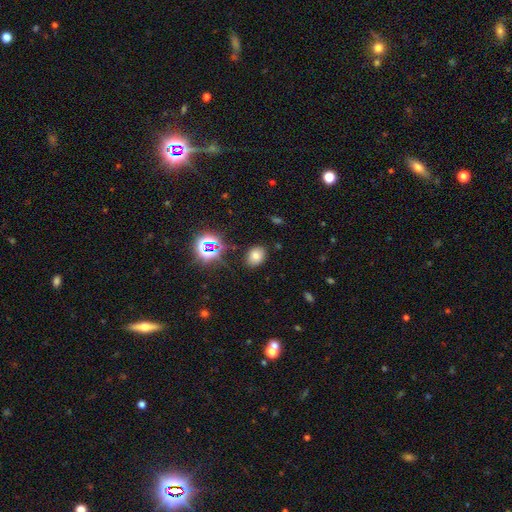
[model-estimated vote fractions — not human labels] A smooth galaxy with no disk features (71%) that is in between round and cigar-shaped (62%).

Vote fractions:
- Smooth or featured? smooth: 71% / star or artifact: 20% / featured or disk: 9%
- How rounded? in between: 62% / round: 37% / cigar-shaped: 1%
- Merging? none: 83% / minor disturbance: 11% / major disturbance: 3% / merger: 2%